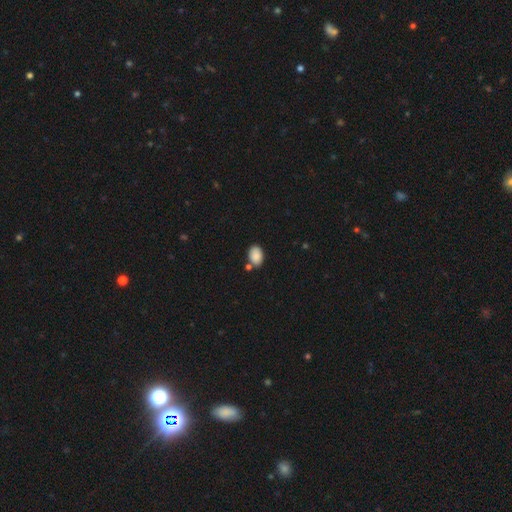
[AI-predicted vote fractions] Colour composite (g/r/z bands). It shows a smooth galaxy with no disk features (87%) that is in between round and cigar-shaped (85%). Merging: none (67%).